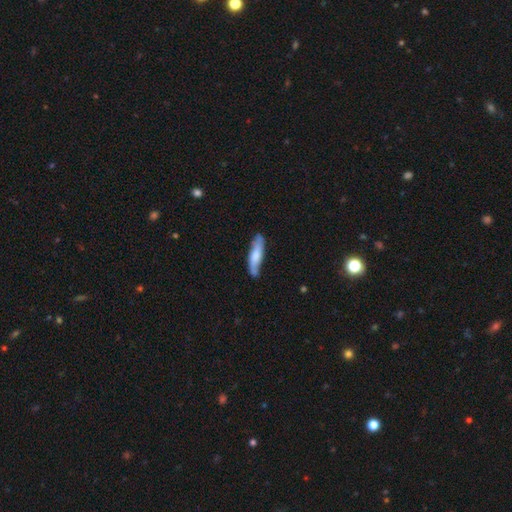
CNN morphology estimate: The model was most divided on "smooth or featured": smooth: 63%, featured or disk: 32%, star or artifact: 5%. More confident: merging — none (75%); how rounded — cigar-shaped (71%).